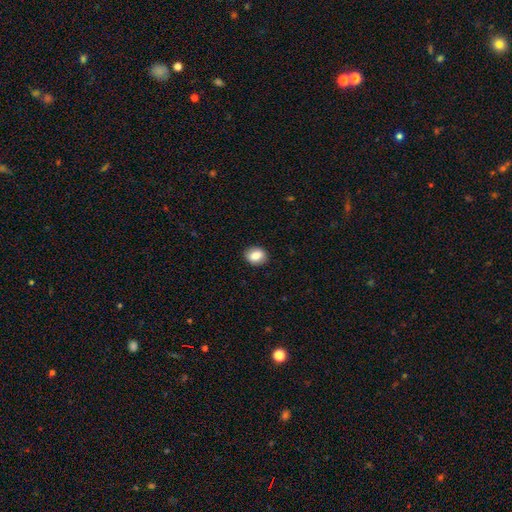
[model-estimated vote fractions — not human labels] smooth_or_featured: smooth (p=0.85) [alt: star or artifact p=0.08]
how_rounded: in between (p=0.55) [alt: round p=0.44]
merging: none (p=0.89) [alt: minor disturbance p=0.08]